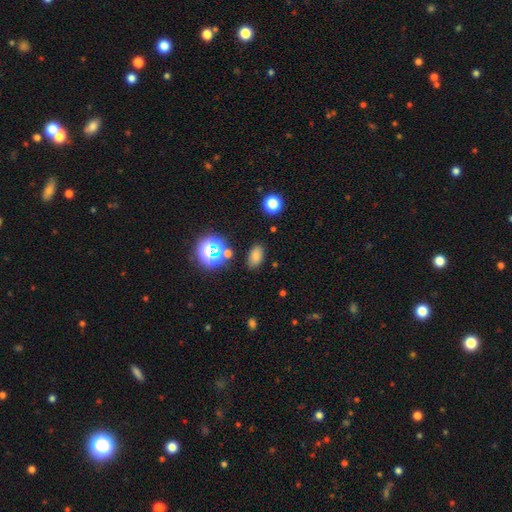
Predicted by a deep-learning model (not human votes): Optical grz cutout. It shows a smooth galaxy with no disk features (74%) that is in between round and cigar-shaped (87%). Merging: none (82%).